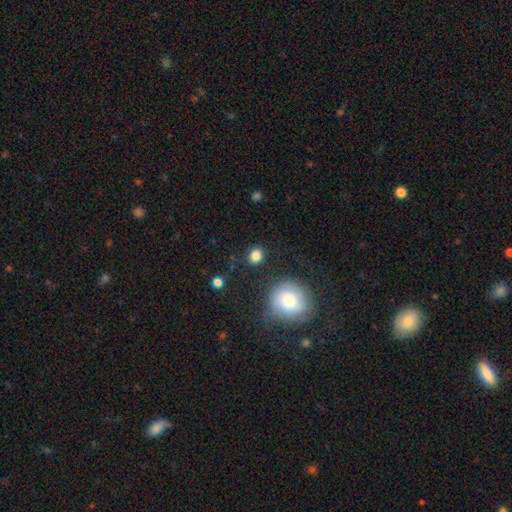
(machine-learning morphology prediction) Q: Smooth or featured?
A: smooth (85%); runner-up: star or artifact (10%)
Q: How rounded?
A: round (61%); runner-up: in between (37%)
Q: Merging?
A: none (85%); runner-up: minor disturbance (10%)